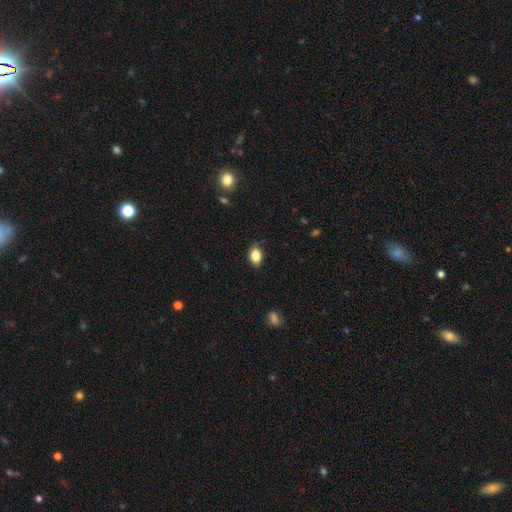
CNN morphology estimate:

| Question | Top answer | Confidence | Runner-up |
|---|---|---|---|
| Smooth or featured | smooth | 84% | star or artifact (9%) |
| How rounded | in between | 76% | round (23%) |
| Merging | none | 80% | minor disturbance (16%) |